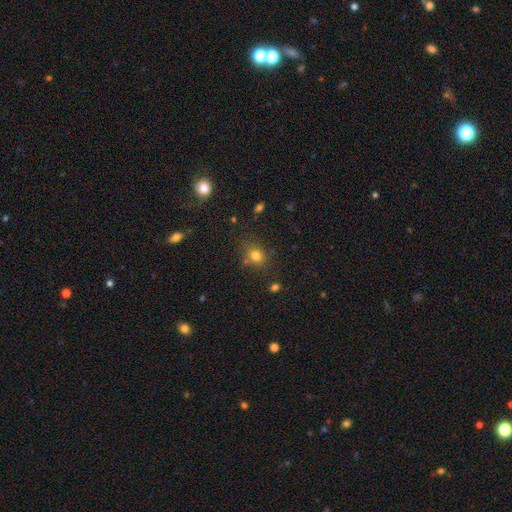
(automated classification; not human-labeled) Smooth or featured? smooth (77%)
How rounded? round (62%)
Merging? none (72%)